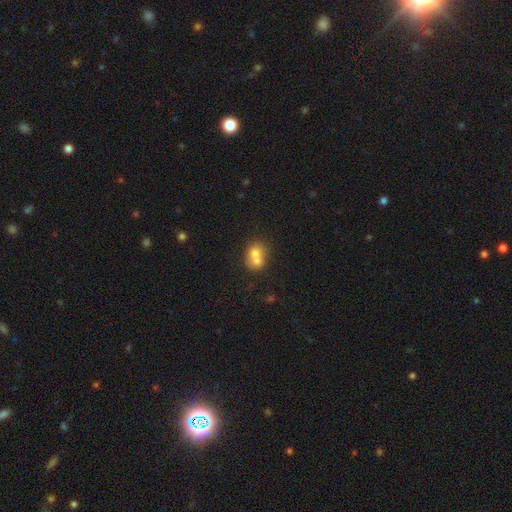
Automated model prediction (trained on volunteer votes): Smooth or featured: smooth — 68% (featured or disk — 22%)
How rounded: round — 64% (in between — 35%)
Merging: merger — 67% (none — 24%)